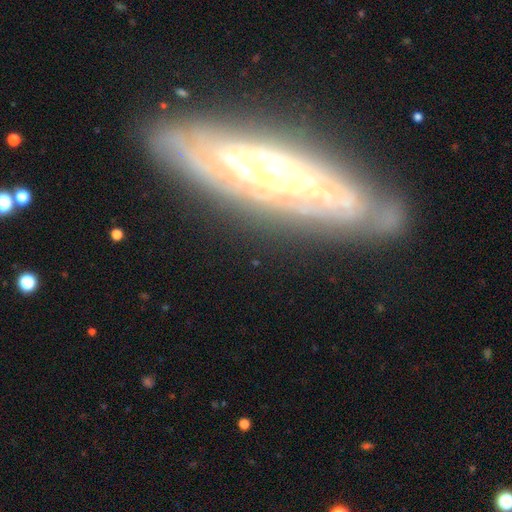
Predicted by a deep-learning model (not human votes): Smooth or featured?
  - featured or disk: 84% *
  - smooth: 10%
  - star or artifact: 6%
Edge-on disk?
  - no: 66% *
  - yes: 34%
Bar?
  - no: 72% *
  - weak: 18%
  - strong: 10%
Spiral arms?
  - yes: 80% *
  - no: 20%
Bulge size?
  - moderate: 53% *
  - small: 33%
  - large: 10%
  - dominant: 2%
  - none: 2%
Merging?
  - none: 79% *
  - minor disturbance: 14%
  - major disturbance: 5%
  - merger: 2%